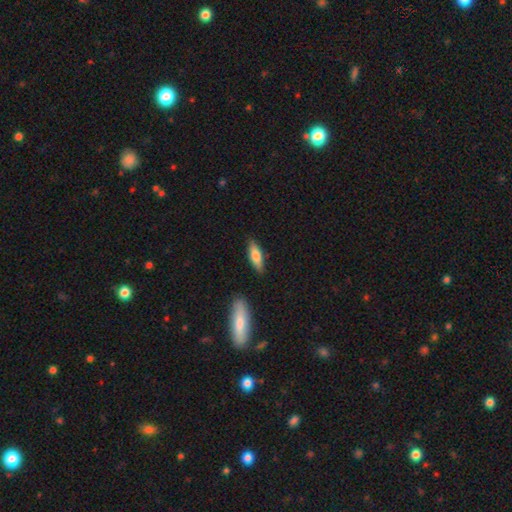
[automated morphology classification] A smooth galaxy with no disk features (72%) that is in between round and cigar-shaped (51%). Merging: none (84%).